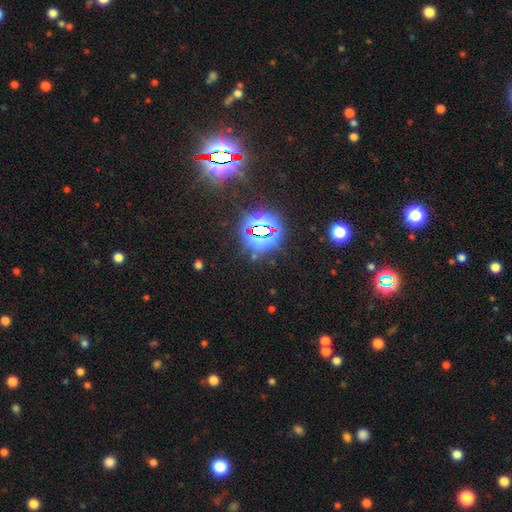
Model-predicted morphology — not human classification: Smooth or featured? star or artifact (81%)